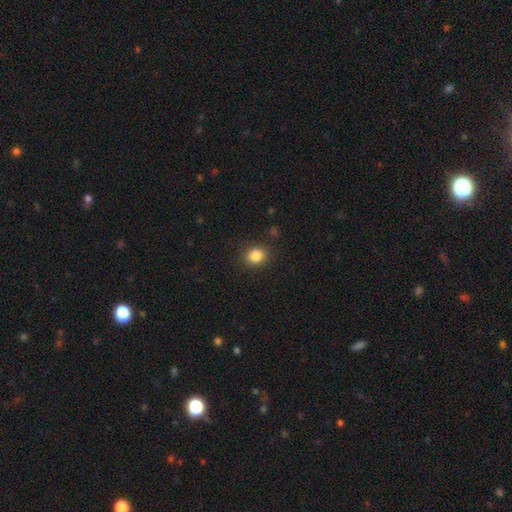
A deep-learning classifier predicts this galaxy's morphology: Smooth or featured?
  - smooth: 84% *
  - star or artifact: 11%
  - featured or disk: 5%
How rounded?
  - round: 72% *
  - in between: 27%
  - cigar-shaped: 1%
Merging?
  - none: 88% *
  - minor disturbance: 8%
  - major disturbance: 3%
  - merger: 1%